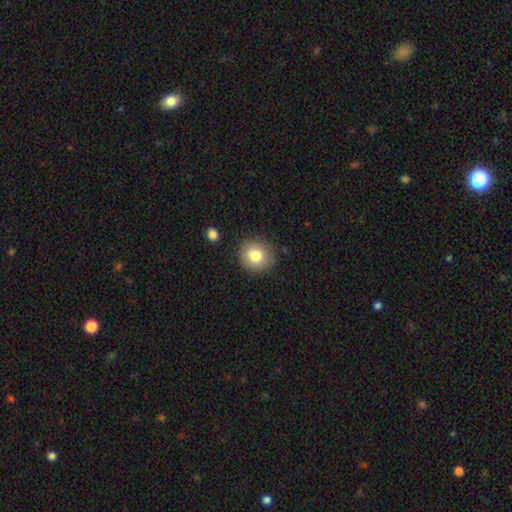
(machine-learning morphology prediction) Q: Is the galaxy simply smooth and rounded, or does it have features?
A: smooth — 81%.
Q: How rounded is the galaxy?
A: round — 85%.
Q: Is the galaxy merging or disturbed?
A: none — 87%.